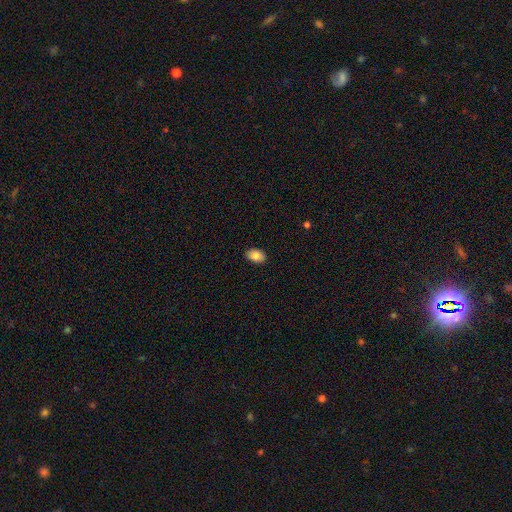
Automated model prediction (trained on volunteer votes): Overall: smooth (84%). How rounded: in between (88%). Merging: none (89%).